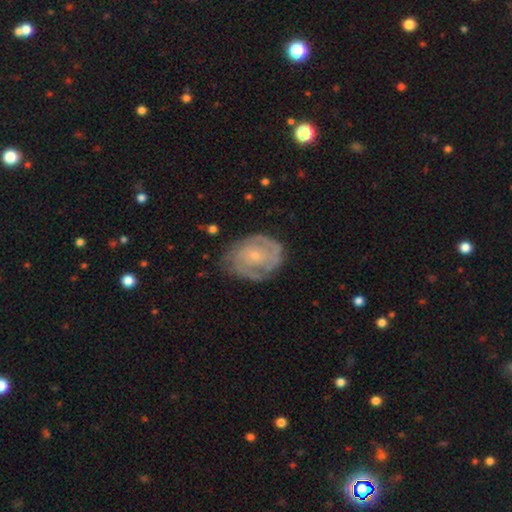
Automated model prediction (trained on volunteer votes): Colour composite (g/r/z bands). It shows a featured or disk galaxy (79%) with no bar (72%), 2 (40%) tight (59%) spiral arms (90%) and a small central bulge (75%). Merging: none (70%).